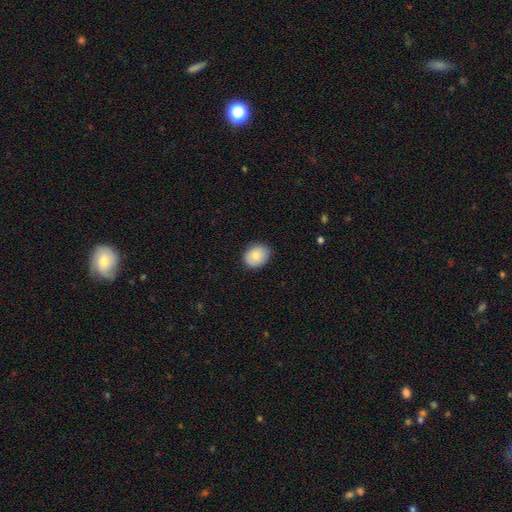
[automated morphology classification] A smooth galaxy with no disk features (83%) that is round (51%).

Vote fractions:
- Smooth or featured? smooth: 83% / featured or disk: 9% / star or artifact: 7%
- How rounded? round: 51% / in between: 48% / cigar-shaped: 1%
- Merging? none: 84% / minor disturbance: 13% / major disturbance: 2% / merger: 1%